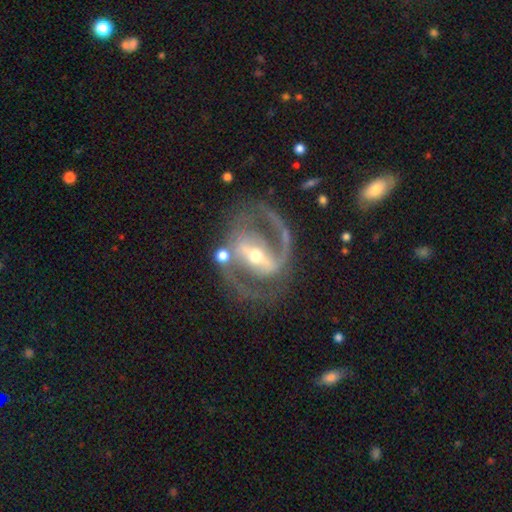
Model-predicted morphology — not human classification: A featured or disk galaxy (89%) with a strong bar (68%), 2 (86%) medium (56%) spiral arms (91%) and a moderate central bulge (55%).

Vote fractions:
- Smooth or featured? featured or disk: 89% / smooth: 5% / star or artifact: 5%
- Edge-on disk? no: 96% / yes: 4%
- Bar? strong: 68% / weak: 22% / no: 9%
- Spiral arms? yes: 91% / no: 9%
- Spiral winding? medium: 56% / tight: 24% / loose: 20%
- Spiral arm count? 2: 86% / 1: 6% / can't tell: 4% / 3: 2% / 4: 1% / more than 4: 1%
- Bulge size? moderate: 55% / small: 40% / large: 3% / none: 1% / dominant: 1%
- Merging? none: 68% / minor disturbance: 15% / major disturbance: 12% / merger: 5%